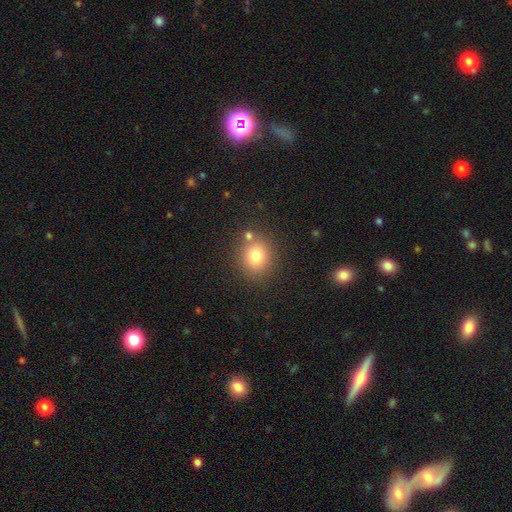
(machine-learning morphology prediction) A smooth galaxy with no disk features (79%) that is round (76%). Merging: none (76%).